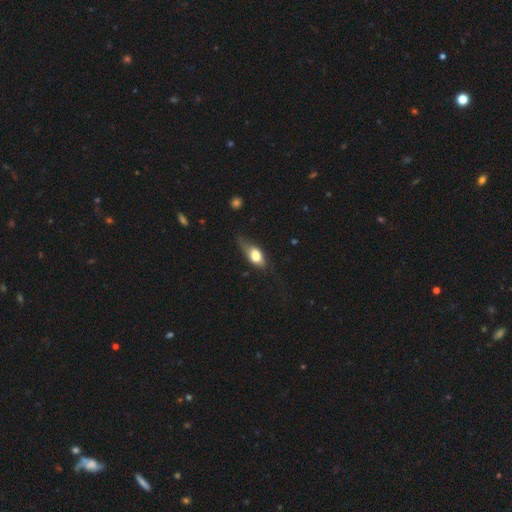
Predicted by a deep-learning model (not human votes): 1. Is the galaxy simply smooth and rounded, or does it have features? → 70% smooth, 23% featured or disk, 7% star or artifact.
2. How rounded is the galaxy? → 78% in between, 13% cigar-shaped, 8% round.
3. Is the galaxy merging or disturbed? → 48% none, 35% minor disturbance, 15% major disturbance, 2% merger.